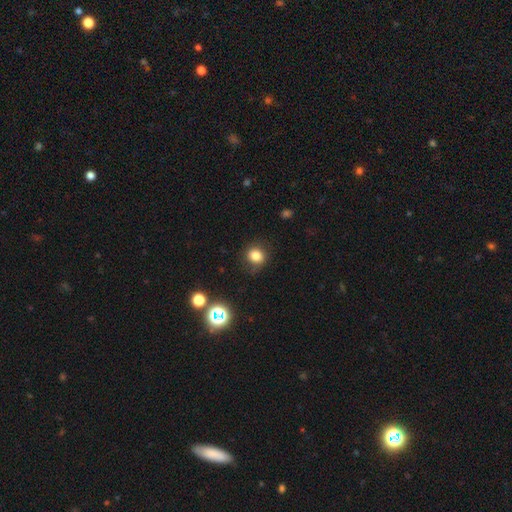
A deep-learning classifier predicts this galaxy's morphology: smooth 80%, star or artifact 13%, featured or disk 7%. Down the decision tree: how rounded — round (79%); merging — none (80%).